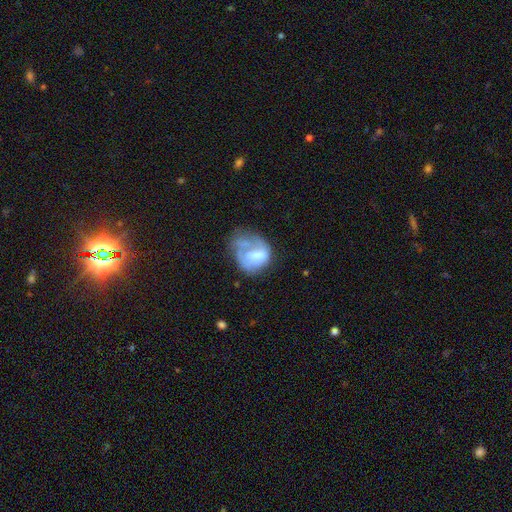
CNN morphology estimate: Q: Smooth or featured?
A: smooth (48%); runner-up: featured or disk (44%)
Q: Merging?
A: major disturbance (40%); runner-up: minor disturbance (26%)